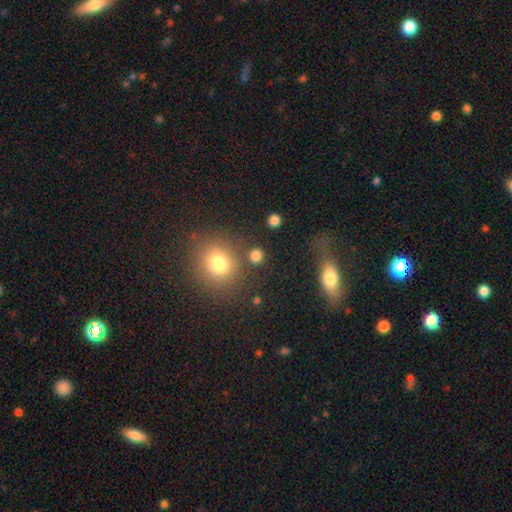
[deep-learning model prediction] Morphology: type=smooth (81%); roundness=round (88%); merging=none (82%).